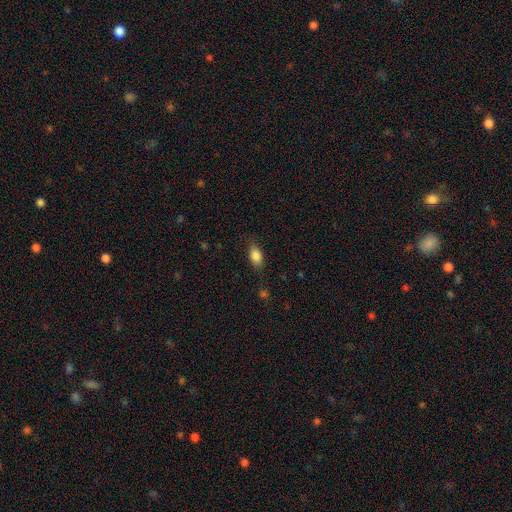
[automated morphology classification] A smooth galaxy with no disk features (85%) that is in between round and cigar-shaped (87%).

Vote fractions:
- Smooth or featured? smooth: 85% / star or artifact: 8% / featured or disk: 7%
- How rounded? in between: 87% / round: 9% / cigar-shaped: 4%
- Merging? none: 80% / minor disturbance: 15% / major disturbance: 4% / merger: 1%